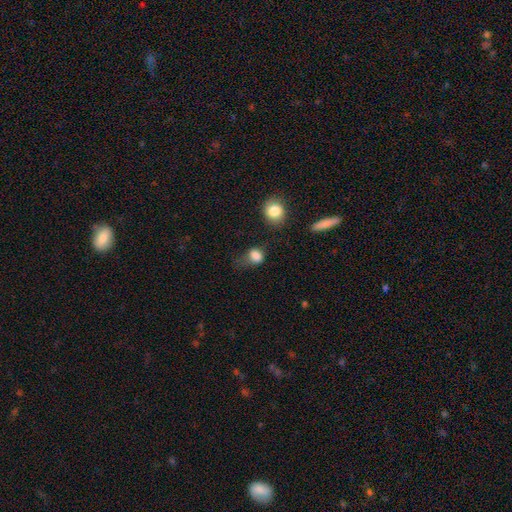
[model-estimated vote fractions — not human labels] Smooth or featured: smooth — 82% (star or artifact — 11%)
How rounded: in between — 50% (round — 48%)
Merging: none — 37% (minor disturbance — 30%)